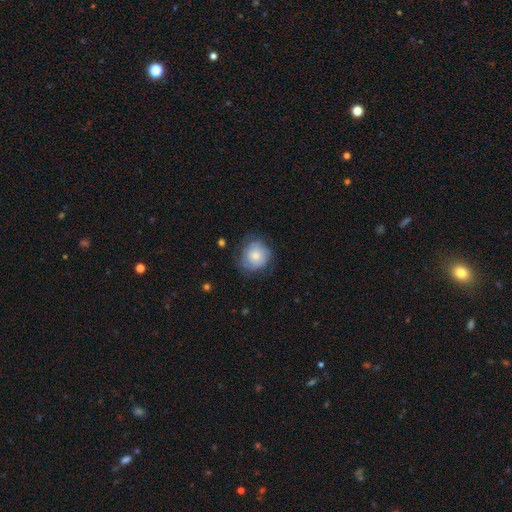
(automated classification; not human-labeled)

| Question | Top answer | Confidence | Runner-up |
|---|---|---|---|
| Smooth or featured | smooth | 57% | featured or disk (35%) |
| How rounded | round | 84% | in between (15%) |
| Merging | none | 64% | minor disturbance (24%) |